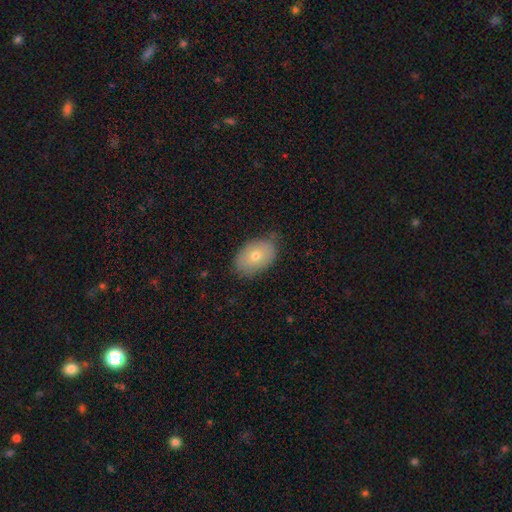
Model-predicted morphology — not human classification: type=smooth (71%); roundness=in between (88%); merging=none (77%).